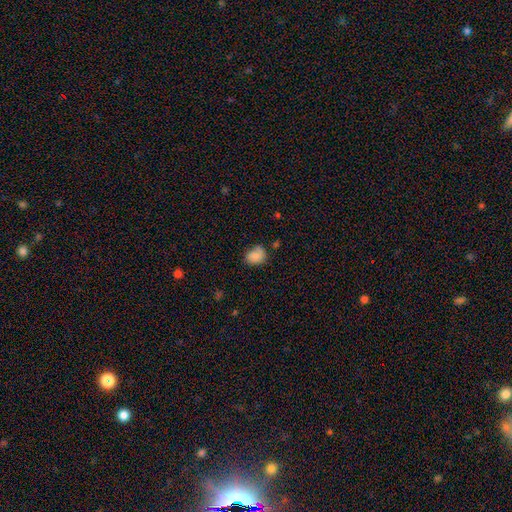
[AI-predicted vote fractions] A smooth galaxy with no disk features (80%) that is in between round and cigar-shaped (58%).

Vote fractions:
- Smooth or featured? smooth: 80% / featured or disk: 11% / star or artifact: 9%
- How rounded? in between: 58% / round: 41% / cigar-shaped: 1%
- Merging? none: 57% / minor disturbance: 30% / major disturbance: 9% / merger: 5%